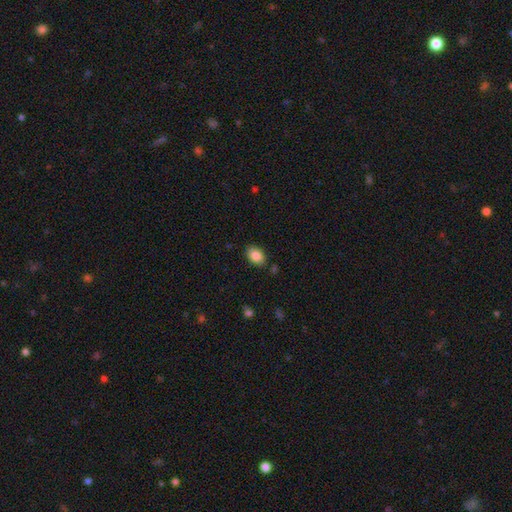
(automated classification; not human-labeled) smooth 87%, star or artifact 8%, featured or disk 5%. Down the decision tree: how rounded — in between (84%); merging — none (84%).